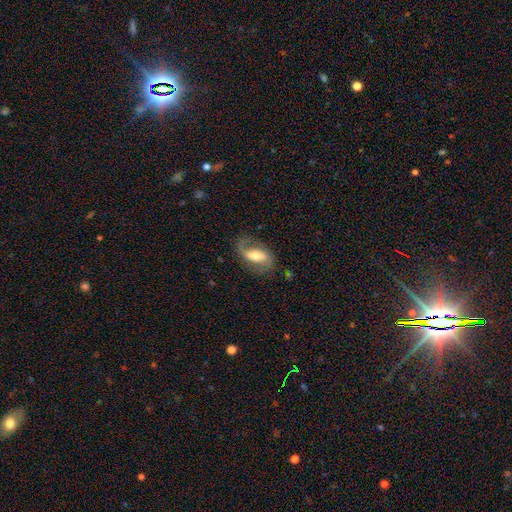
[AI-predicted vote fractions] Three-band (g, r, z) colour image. It shows a featured or disk galaxy (76%) with a weak bar (39%), 2 (77%) loose (52%) spiral arms (90%) and a moderate central bulge (61%). Merging: none (68%).